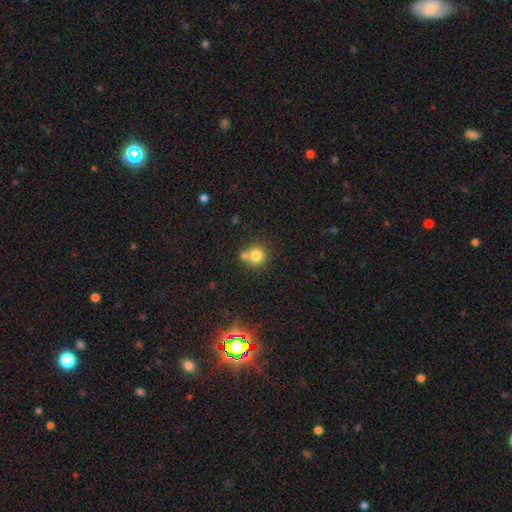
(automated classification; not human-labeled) Morphology: type=smooth (79%); roundness=round (90%); merging=none (58%).